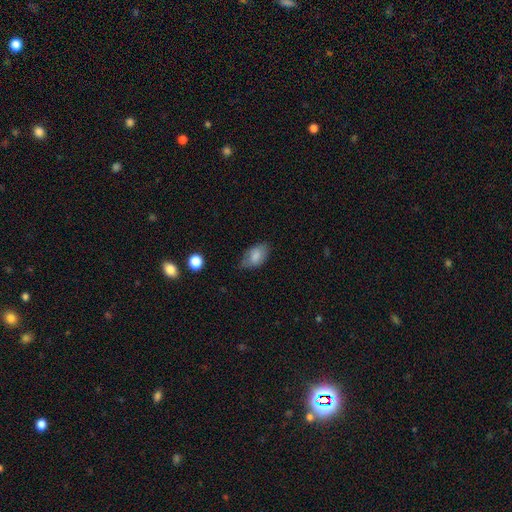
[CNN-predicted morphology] type=smooth (80%); roundness=in between (91%); merging=none (61%).